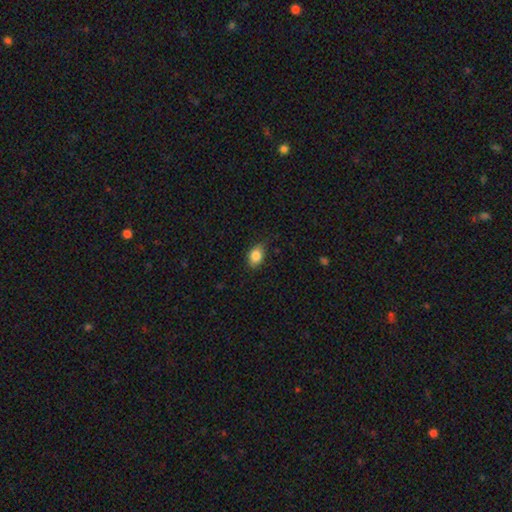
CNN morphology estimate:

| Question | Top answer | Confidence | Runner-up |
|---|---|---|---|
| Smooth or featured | smooth | 85% | star or artifact (8%) |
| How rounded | in between | 76% | round (22%) |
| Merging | none | 75% | minor disturbance (21%) |